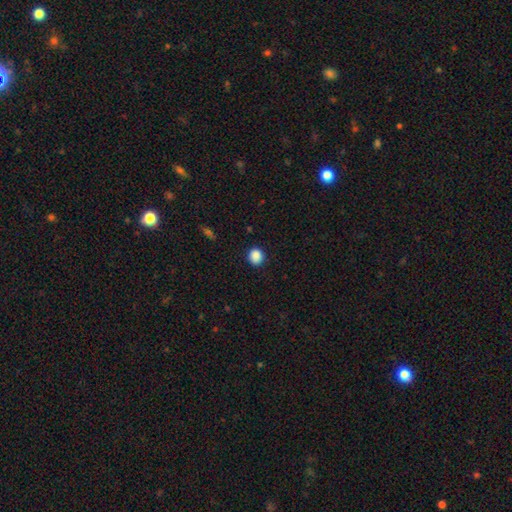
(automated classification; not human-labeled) A smooth galaxy with no disk features (88%) that is round (80%).

Vote fractions:
- Smooth or featured? smooth: 88% / star or artifact: 9% / featured or disk: 3%
- How rounded? round: 80% / in between: 19% / cigar-shaped: 1%
- Merging? none: 88% / minor disturbance: 8% / major disturbance: 2% / merger: 1%